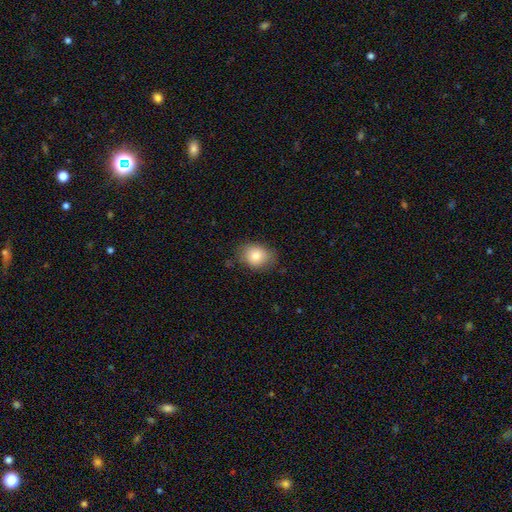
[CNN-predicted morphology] smooth_or_featured: smooth (p=0.82) [alt: featured or disk p=0.09]
how_rounded: in between (p=0.53) [alt: round p=0.46]
merging: none (p=0.75) [alt: minor disturbance p=0.19]